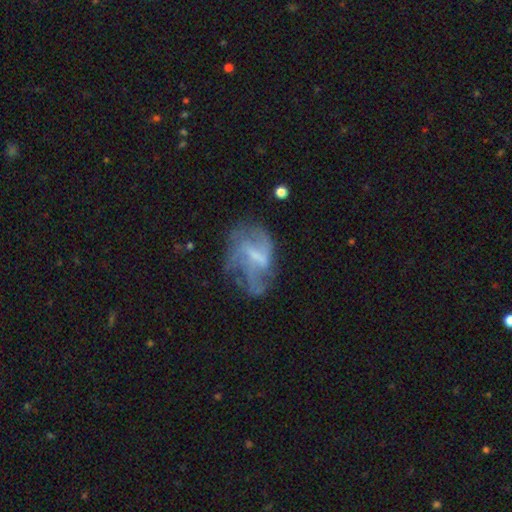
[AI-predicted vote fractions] Smooth or featured: featured or disk — 67% (smooth — 23%)
Edge-on disk: no — 97% (yes — 3%)
Bar: weak — 48% (no — 27%)
Spiral arms: yes — 61% (no — 39%)
Bulge size: none — 37% (small — 35%)
Merging: none — 38% (major disturbance — 34%)